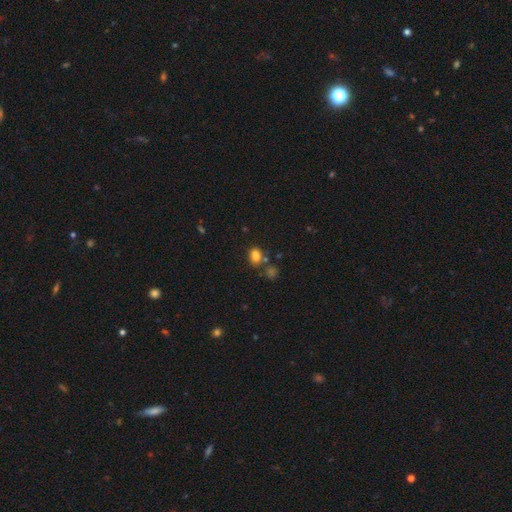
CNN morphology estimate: Overall: smooth (77%). How rounded: in between (71%). Merging: none (56%; merger 25%).